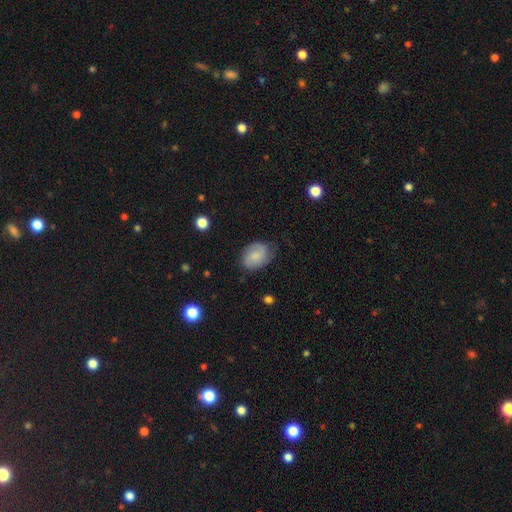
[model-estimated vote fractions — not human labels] smooth_or_featured: smooth (p=0.68) [alt: featured or disk p=0.24]
how_rounded: in between (p=0.74) [alt: round p=0.25]
merging: none (p=0.65) [alt: minor disturbance p=0.26]